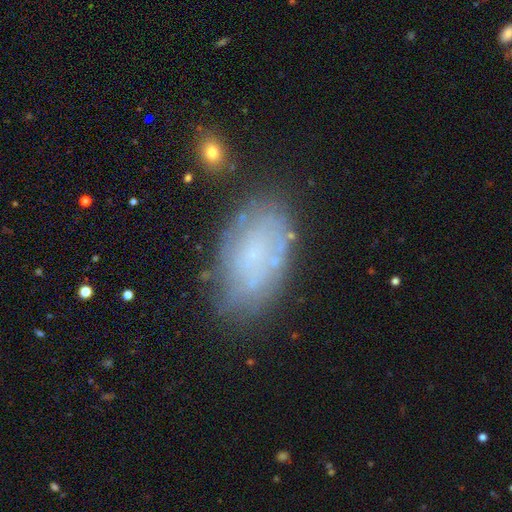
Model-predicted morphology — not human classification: A smooth galaxy with no disk features (45%). Merging: none (67%).